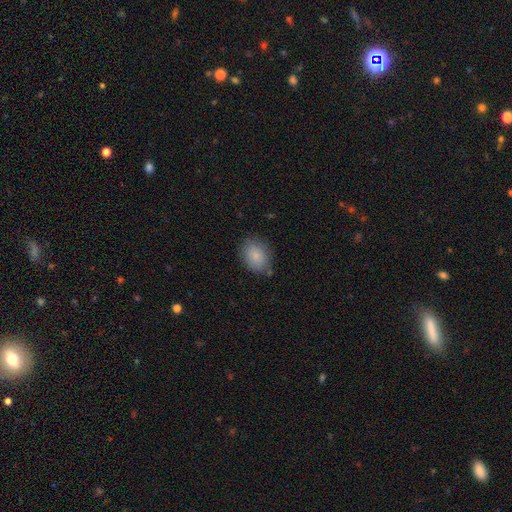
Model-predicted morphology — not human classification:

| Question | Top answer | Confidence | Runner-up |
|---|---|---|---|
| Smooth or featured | smooth | 85% | star or artifact (7%) |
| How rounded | in between | 62% | round (37%) |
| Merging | none | 78% | minor disturbance (15%) |